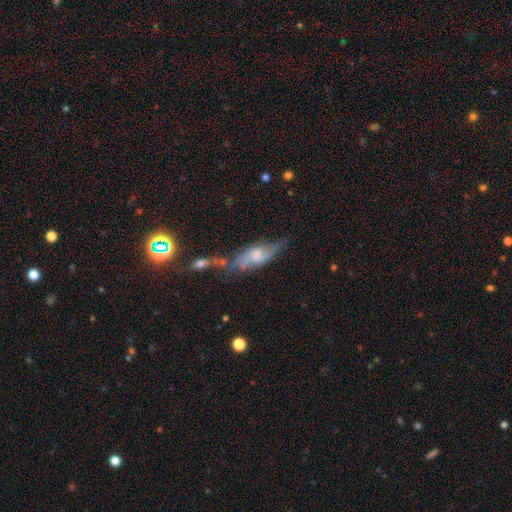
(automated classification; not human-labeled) The model was most divided on "merging": none: 36%, minor disturbance: 27%, major disturbance: 21%, merger: 17%. More confident: edge-on disk — no (62%); smooth or featured — featured or disk (55%).